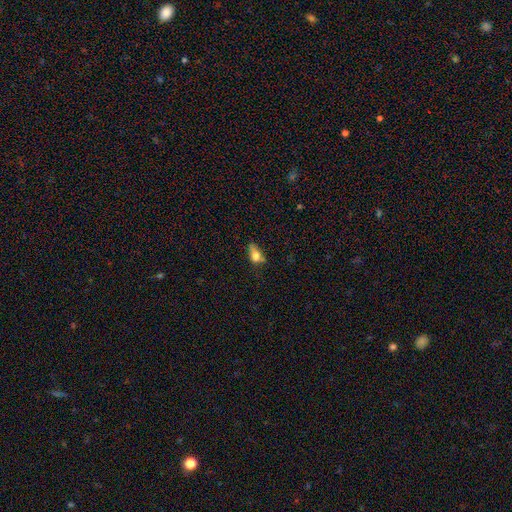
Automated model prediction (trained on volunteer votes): A smooth galaxy with no disk features (69%) that is in between round and cigar-shaped (78%). Merging: minor disturbance (35%).